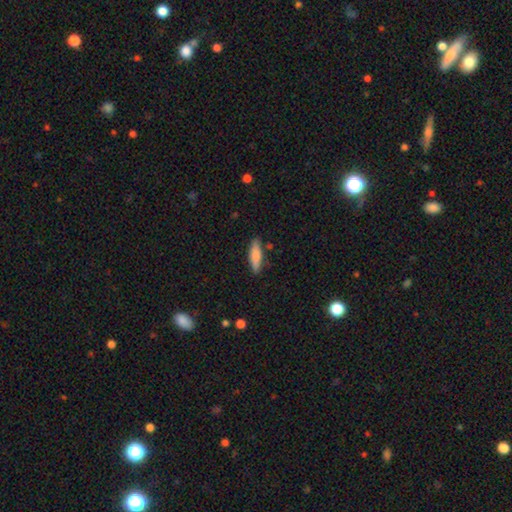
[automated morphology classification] type=smooth (79%); roundness=cigar-shaped (61%); merging=none (82%).